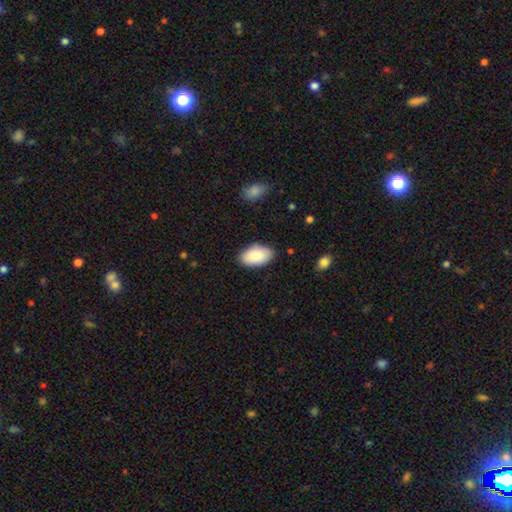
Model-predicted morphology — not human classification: Smooth or featured? smooth (88%)
How rounded? in between (95%)
Merging? none (85%)